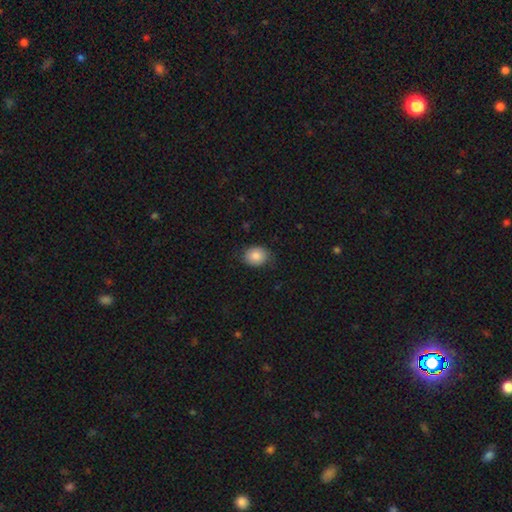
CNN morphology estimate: Smooth or featured: smooth — 84% (featured or disk — 8%)
How rounded: in between — 53% (round — 46%)
Merging: none — 75% (minor disturbance — 20%)